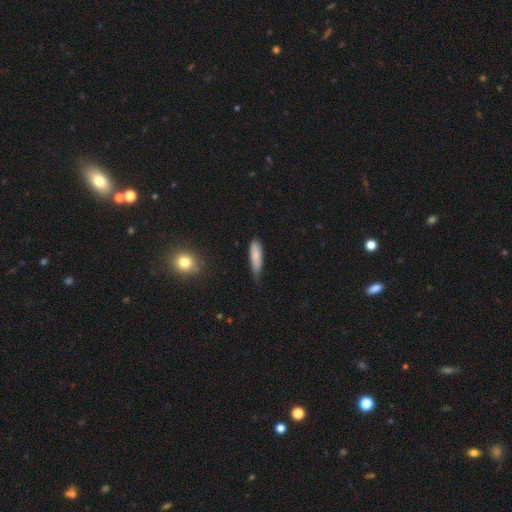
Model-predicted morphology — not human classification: type=smooth (83%); roundness=cigar-shaped (65%); merging=none (57%).